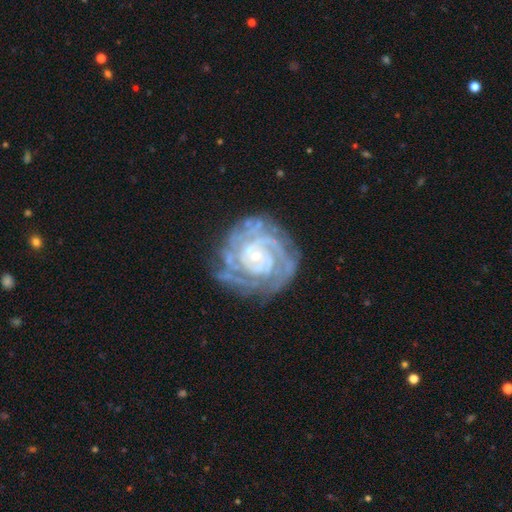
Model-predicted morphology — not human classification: Q: Smooth or featured?
A: featured or disk (88%); runner-up: star or artifact (6%)
Q: Edge-on disk?
A: no (98%); runner-up: yes (2%)
Q: Bar?
A: no (74%); runner-up: weak (19%)
Q: Spiral arms?
A: yes (97%); runner-up: no (3%)
Q: Spiral winding?
A: tight (79%); runner-up: medium (17%)
Q: Spiral arm count?
A: 2 (26%); runner-up: can't tell (24%)
Q: Bulge size?
A: small (82%); runner-up: moderate (13%)
Q: Merging?
A: none (71%); runner-up: minor disturbance (18%)